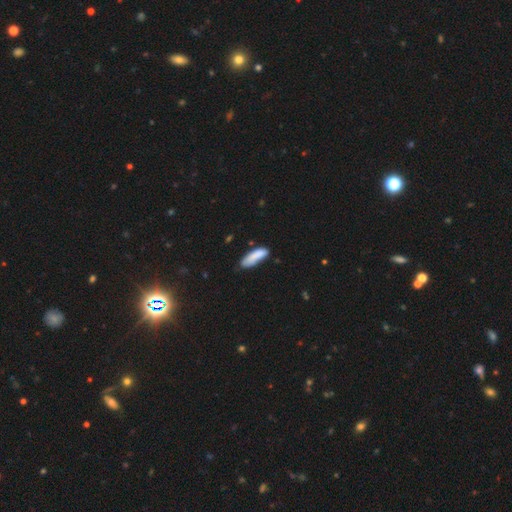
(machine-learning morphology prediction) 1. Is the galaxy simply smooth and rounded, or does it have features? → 84% smooth, 9% featured or disk, 6% star or artifact.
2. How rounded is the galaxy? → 50% cigar-shaped, 48% in between, 2% round.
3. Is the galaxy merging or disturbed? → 61% none, 28% minor disturbance, 6% major disturbance, 5% merger.